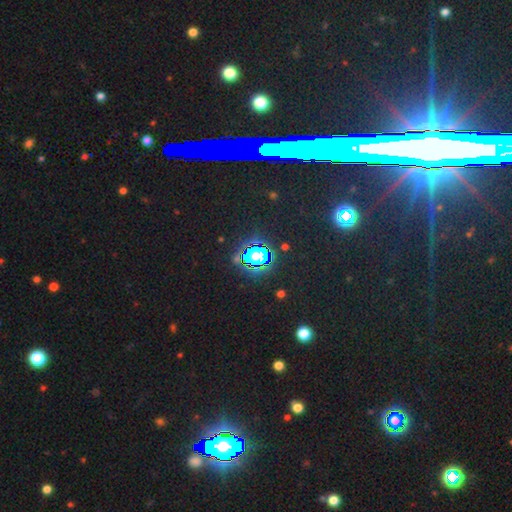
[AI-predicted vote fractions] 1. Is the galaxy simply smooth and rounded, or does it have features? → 69% star or artifact, 20% smooth, 11% featured or disk.